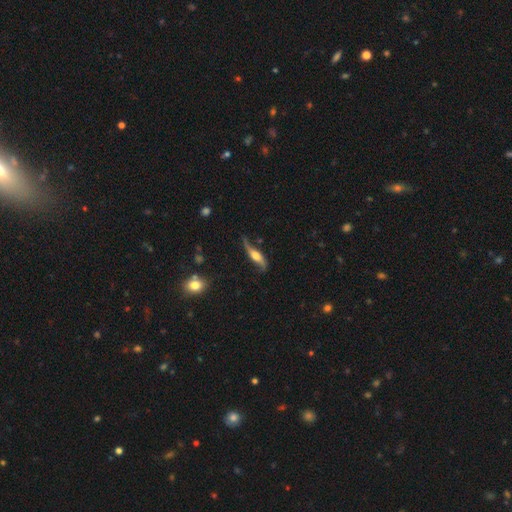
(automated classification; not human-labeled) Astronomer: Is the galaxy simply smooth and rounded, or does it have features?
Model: featured or disk — 75%.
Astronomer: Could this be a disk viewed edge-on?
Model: no — 59% (runner-up: yes, 41%).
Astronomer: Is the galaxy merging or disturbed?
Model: none — 62%.